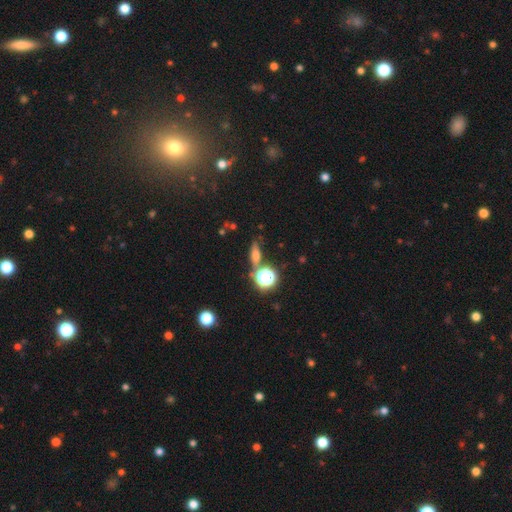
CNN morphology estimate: Overall: smooth (53%; star or artifact 24%). How rounded: cigar-shaped (40%; in between 38%). Merging: none (72%).